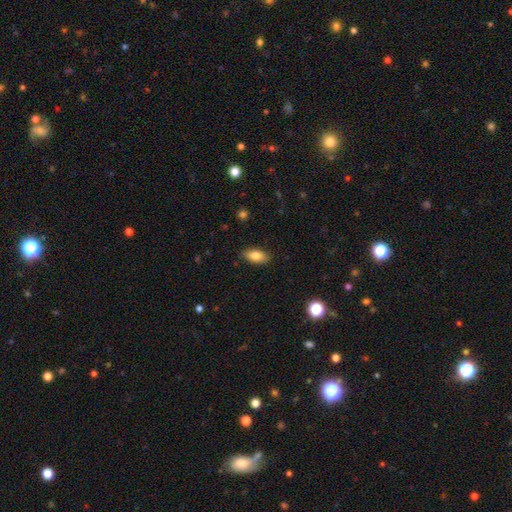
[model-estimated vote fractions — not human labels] Smooth or featured?
  - smooth: 82% *
  - featured or disk: 11%
  - star or artifact: 7%
How rounded?
  - in between: 87% *
  - cigar-shaped: 9%
  - round: 3%
Merging?
  - none: 87% *
  - minor disturbance: 10%
  - major disturbance: 2%
  - merger: 1%